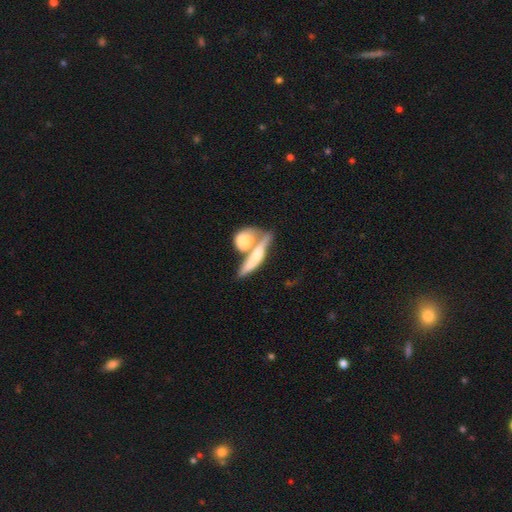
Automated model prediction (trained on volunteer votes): smooth_or_featured: smooth (p=0.57) [alt: featured or disk p=0.36]
how_rounded: cigar-shaped (p=0.55) [alt: in between p=0.33]
merging: merger (p=0.53) [alt: none p=0.30]